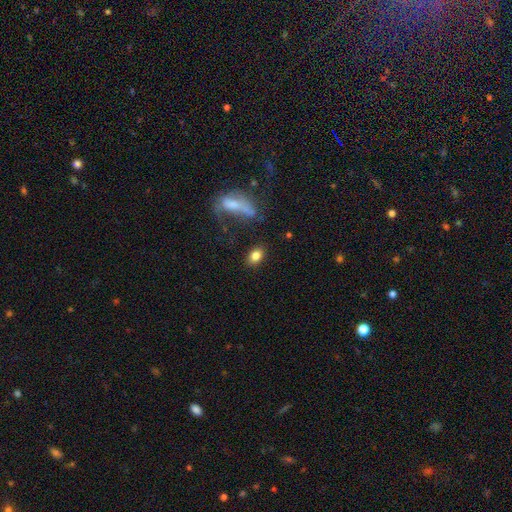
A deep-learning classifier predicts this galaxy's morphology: This is clearly a smooth galaxy (82%). How rounded: likely in between (80%). Merging: clearly none (83%).